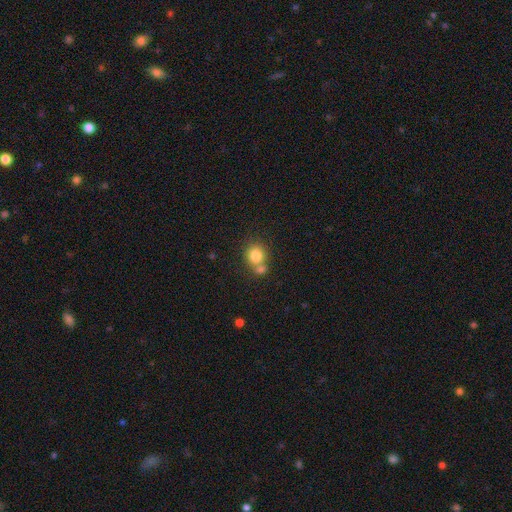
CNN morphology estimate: smooth 81%, star or artifact 10%, featured or disk 8%. Down the decision tree: how rounded — round (83%); merging — none (51%).